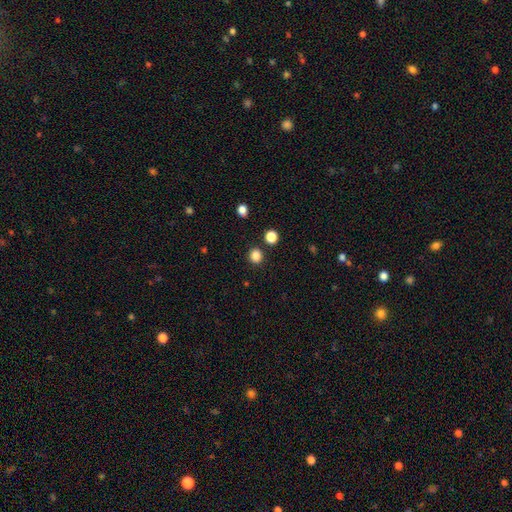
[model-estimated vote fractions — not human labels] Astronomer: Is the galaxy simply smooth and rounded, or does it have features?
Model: smooth — 84%.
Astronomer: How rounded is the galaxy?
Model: round — 91%.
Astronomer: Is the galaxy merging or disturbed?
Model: none — 89%.